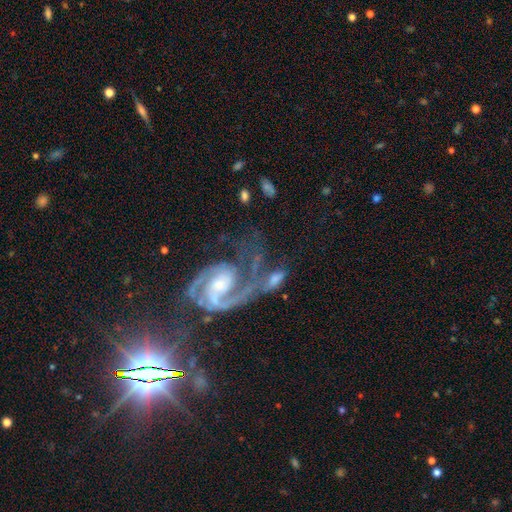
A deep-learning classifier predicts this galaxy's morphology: Smooth or featured? featured or disk (86%)
Edge-on disk? no (97%)
Bar? weak (44%)
Spiral arms? yes (97%)
Spiral winding? medium (54%)
Spiral arm count? 2 (80%)
Bulge size? small (47%)
Merging? none (37%)